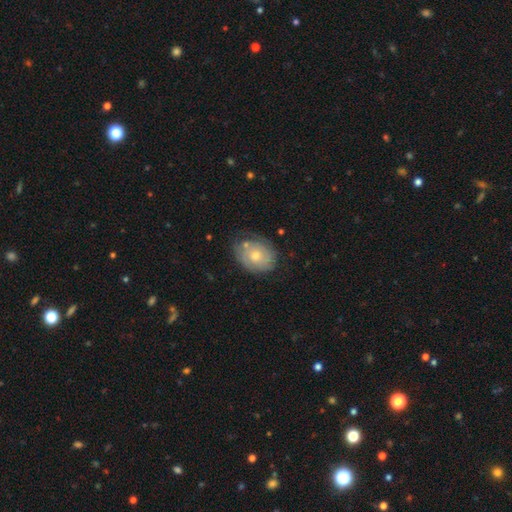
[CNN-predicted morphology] A featured or disk galaxy (48%). Merging: none (60%).